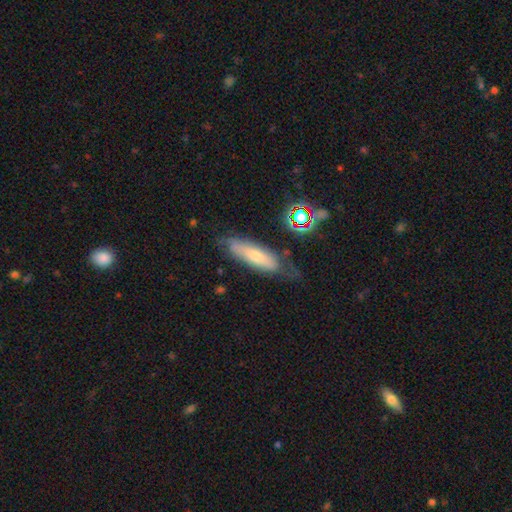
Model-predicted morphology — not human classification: This appears to be a smooth galaxy with no disk features (52%) that is cigar-shaped (57%). Merging: none (57%).